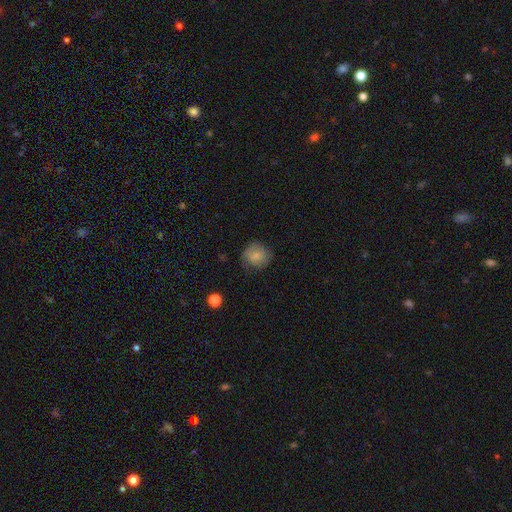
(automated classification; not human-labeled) A smooth galaxy with no disk features (75%) that is round (84%).

Vote fractions:
- Smooth or featured? smooth: 75% / featured or disk: 18% / star or artifact: 8%
- How rounded? round: 84% / in between: 15% / cigar-shaped: 1%
- Merging? none: 71% / minor disturbance: 22% / major disturbance: 6% / merger: 1%